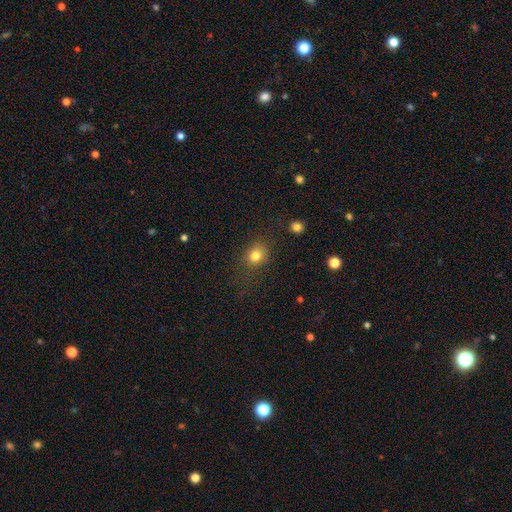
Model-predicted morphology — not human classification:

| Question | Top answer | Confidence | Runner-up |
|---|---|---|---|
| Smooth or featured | smooth | 80% | star or artifact (13%) |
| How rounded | round | 68% | in between (30%) |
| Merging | none | 78% | minor disturbance (14%) |